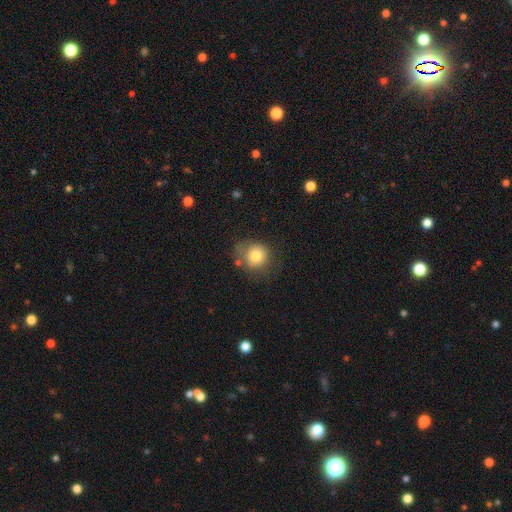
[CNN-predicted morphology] Smooth or featured? smooth (80%)
How rounded? round (80%)
Merging? none (58%)